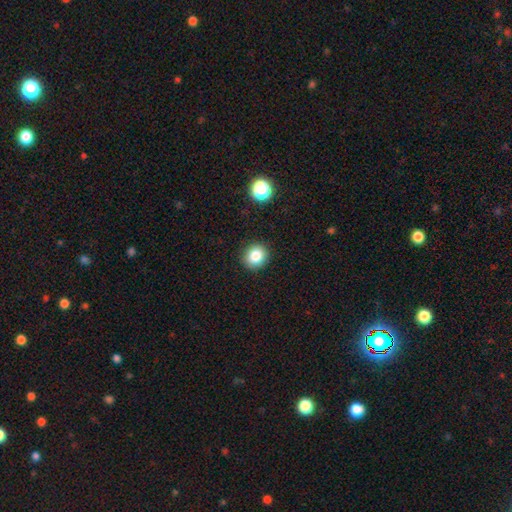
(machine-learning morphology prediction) Smooth or featured? smooth (83%)
How rounded? round (85%)
Merging? none (90%)